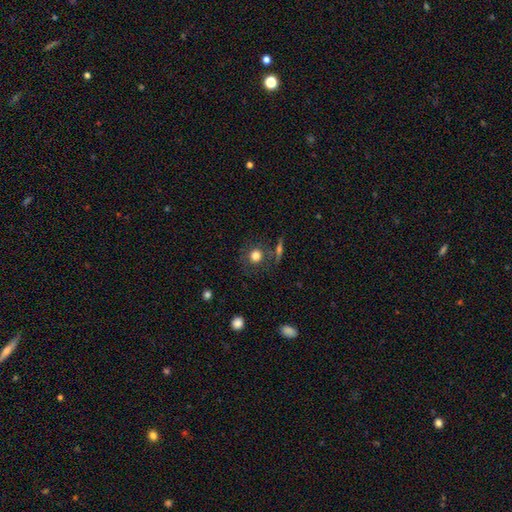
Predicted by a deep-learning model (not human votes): smooth_or_featured: smooth (p=0.76) [alt: star or artifact p=0.12]
how_rounded: round (p=0.84) [alt: in between p=0.15]
merging: none (p=0.73) [alt: minor disturbance p=0.13]